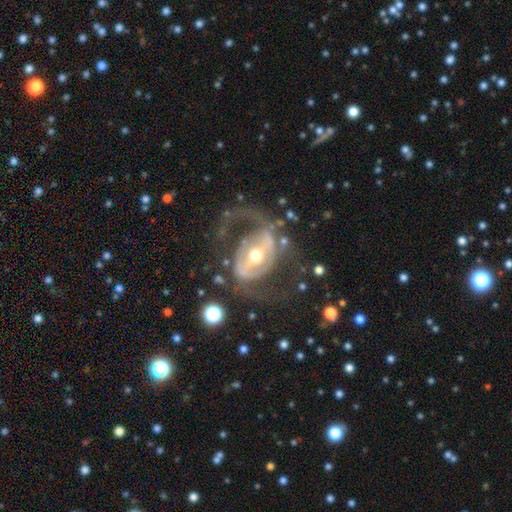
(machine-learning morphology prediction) Q: Smooth or featured?
A: featured or disk (85%); runner-up: smooth (10%)
Q: Edge-on disk?
A: no (96%); runner-up: yes (4%)
Q: Bar?
A: strong (45%); runner-up: weak (34%)
Q: Spiral arms?
A: yes (79%); runner-up: no (21%)
Q: Spiral winding?
A: medium (45%); runner-up: loose (38%)
Q: Spiral arm count?
A: 2 (74%); runner-up: 1 (13%)
Q: Bulge size?
A: moderate (70%); runner-up: small (20%)
Q: Merging?
A: none (49%); runner-up: major disturbance (31%)